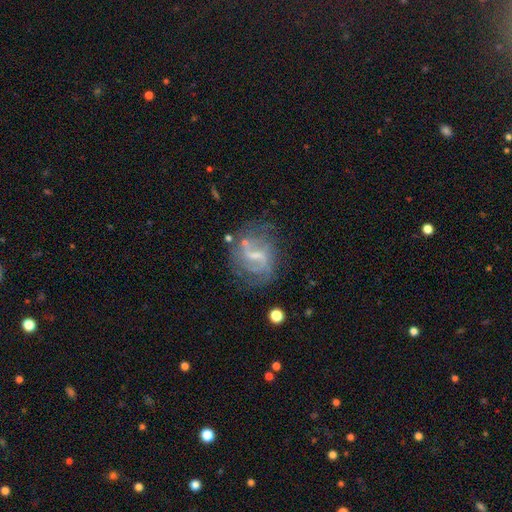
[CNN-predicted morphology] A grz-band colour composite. It shows a featured or disk galaxy (79%) with a weak bar (54%), 2 (58%) medium (42%) spiral arms (87%) and a small central bulge (47%). Merging: none (62%).